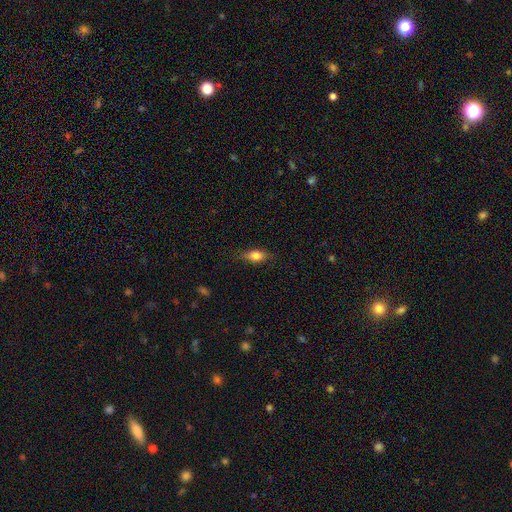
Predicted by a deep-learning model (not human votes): Smooth or featured: smooth — 75% (featured or disk — 17%)
How rounded: in between — 75% (cigar-shaped — 16%)
Merging: none — 80% (minor disturbance — 15%)